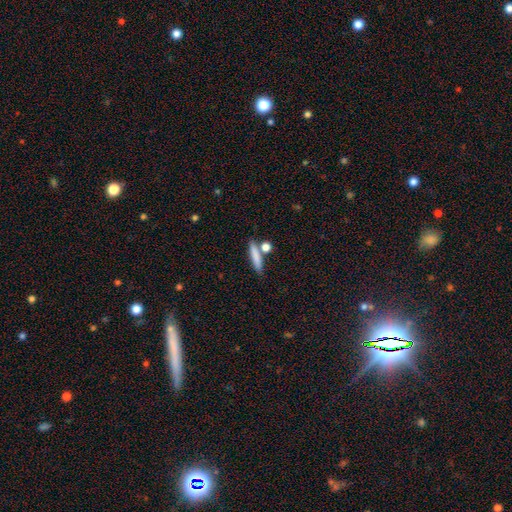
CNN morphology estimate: smooth-or-featured: smooth: 81% | featured or disk: 12% | star or artifact: 7%
  how-rounded: cigar-shaped: 73% | in between: 17% | round: 10%
  merging: none: 71% | merger: 15% | minor disturbance: 11% | major disturbance: 3%